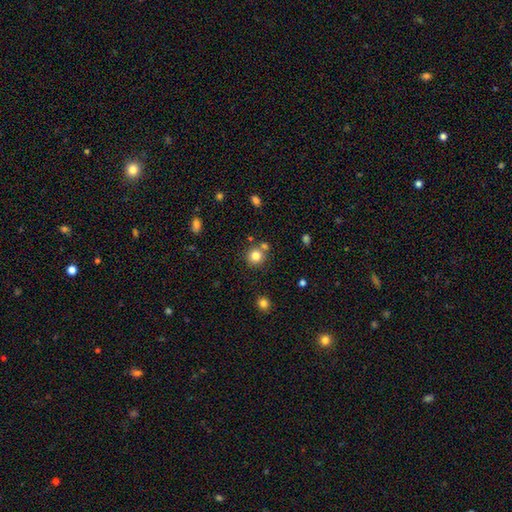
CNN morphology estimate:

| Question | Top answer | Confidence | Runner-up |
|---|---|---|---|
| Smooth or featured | smooth | 81% | star or artifact (12%) |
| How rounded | round | 90% | in between (9%) |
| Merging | none | 72% | merger (16%) |